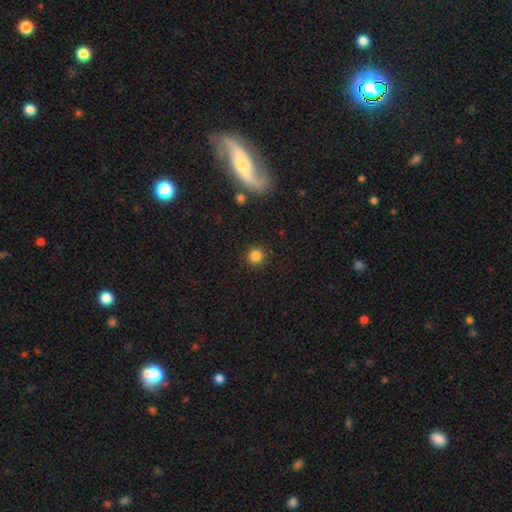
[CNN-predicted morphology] smooth-or-featured: smooth: 85% | star or artifact: 11% | featured or disk: 4%
  how-rounded: round: 93% | in between: 6% | cigar-shaped: 1%
  merging: none: 91% | minor disturbance: 6% | major disturbance: 2% | merger: 2%